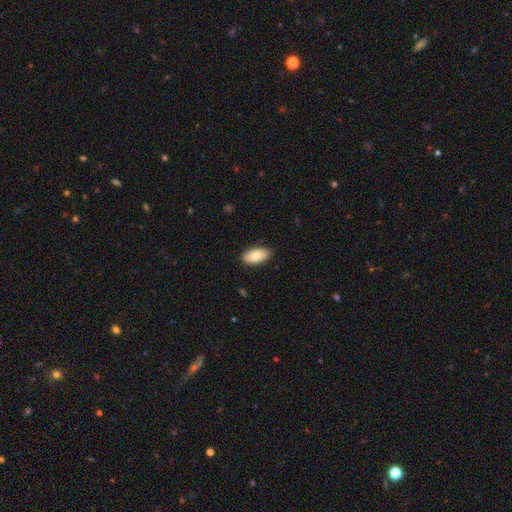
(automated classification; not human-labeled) A smooth galaxy with no disk features (80%) that is in between round and cigar-shaped (94%).

Vote fractions:
- Smooth or featured? smooth: 80% / featured or disk: 14% / star or artifact: 6%
- How rounded? in between: 94% / cigar-shaped: 3% / round: 3%
- Merging? none: 87% / minor disturbance: 10% / major disturbance: 2% / merger: 1%